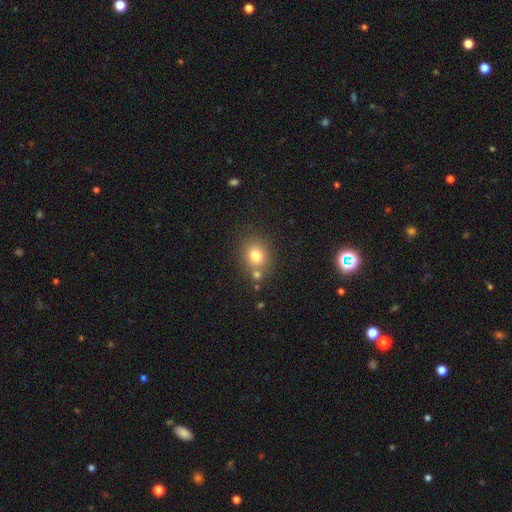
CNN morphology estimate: Overall: smooth (77%). How rounded: round (71%). Merging: none (68%).